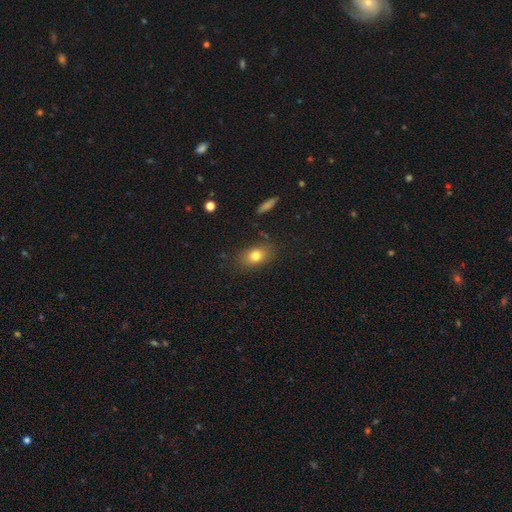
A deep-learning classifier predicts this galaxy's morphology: Smooth or featured?
  - smooth: 78% *
  - featured or disk: 11%
  - star or artifact: 11%
How rounded?
  - in between: 77% *
  - round: 20%
  - cigar-shaped: 3%
Merging?
  - none: 81% *
  - minor disturbance: 13%
  - major disturbance: 4%
  - merger: 2%